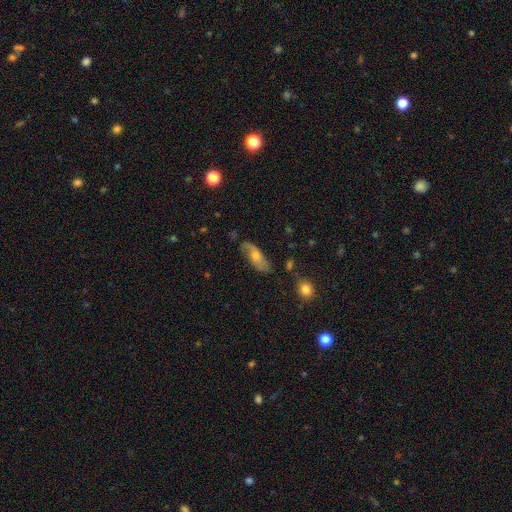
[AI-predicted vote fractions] Smooth or featured? featured or disk (54%)
Edge-on disk? no (78%)
Merging? none (68%)